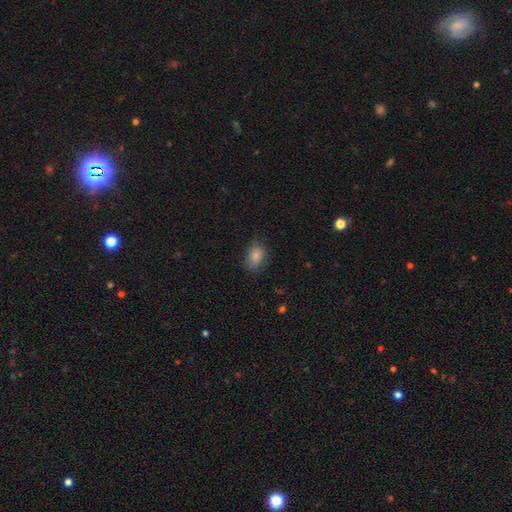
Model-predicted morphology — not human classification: A smooth galaxy with no disk features (82%) that is in between round and cigar-shaped (73%).

Vote fractions:
- Smooth or featured? smooth: 82% / featured or disk: 9% / star or artifact: 9%
- How rounded? in between: 73% / round: 26% / cigar-shaped: 1%
- Merging? none: 72% / minor disturbance: 21% / major disturbance: 6% / merger: 1%